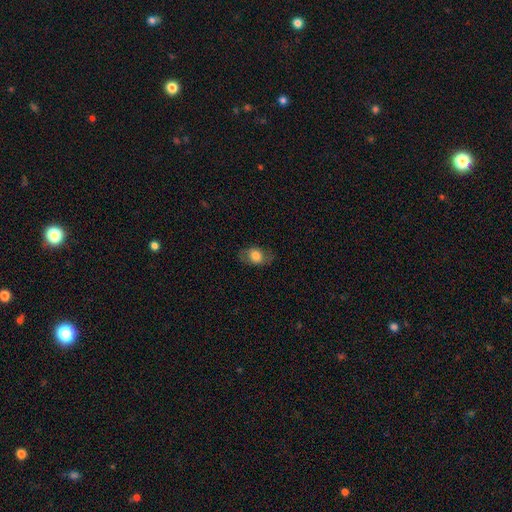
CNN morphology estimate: Q: Smooth or featured?
A: smooth (69%); runner-up: featured or disk (23%)
Q: How rounded?
A: in between (70%); runner-up: round (28%)
Q: Merging?
A: none (73%); runner-up: minor disturbance (18%)